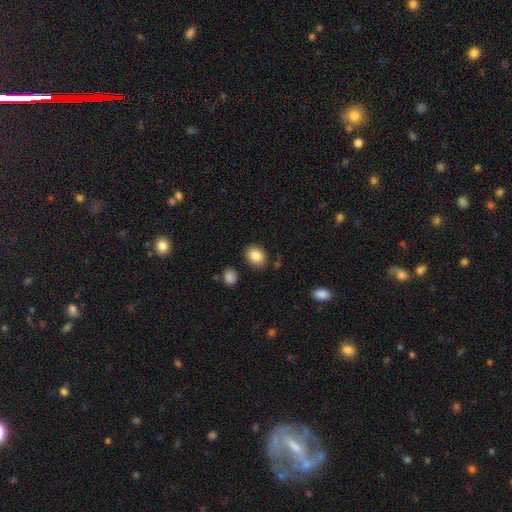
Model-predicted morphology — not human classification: smooth-or-featured: smooth: 85% | star or artifact: 8% | featured or disk: 6%
  how-rounded: in between: 52% | round: 47% | cigar-shaped: 1%
  merging: none: 84% | minor disturbance: 10% | merger: 3% | major disturbance: 3%